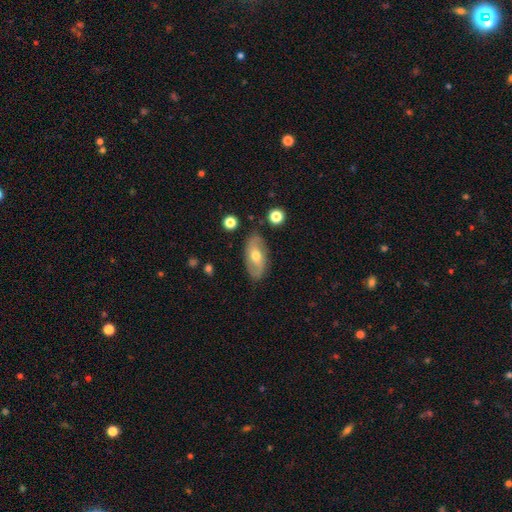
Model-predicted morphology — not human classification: smooth-or-featured: featured or disk: 51% | smooth: 42% | star or artifact: 7%
  disk-edge-on: no: 86% | yes: 14%
  merging: none: 83% | minor disturbance: 12% | major disturbance: 3% | merger: 2%